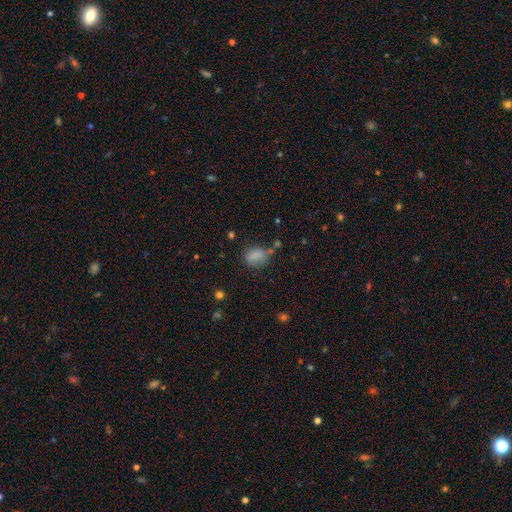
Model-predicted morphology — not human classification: This appears to be a smooth galaxy with no disk features (79%) that is in between round and cigar-shaped (61%). Merging: none (58%).